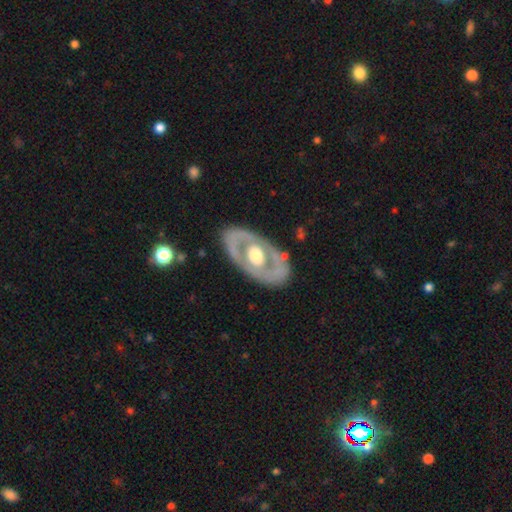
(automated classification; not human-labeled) A featured or disk galaxy (68%) with no bar (80%), no spiral arms (79%) and a moderate central bulge (59%).

Vote fractions:
- Smooth or featured? featured or disk: 68% / smooth: 28% / star or artifact: 4%
- Edge-on disk? no: 90% / yes: 10%
- Bar? no: 80% / weak: 14% / strong: 6%
- Spiral arms? no: 79% / yes: 21%
- Bulge size? moderate: 59% / large: 34% / small: 4% / dominant: 2% / none: 1%
- Merging? none: 79% / minor disturbance: 14% / major disturbance: 6% / merger: 2%